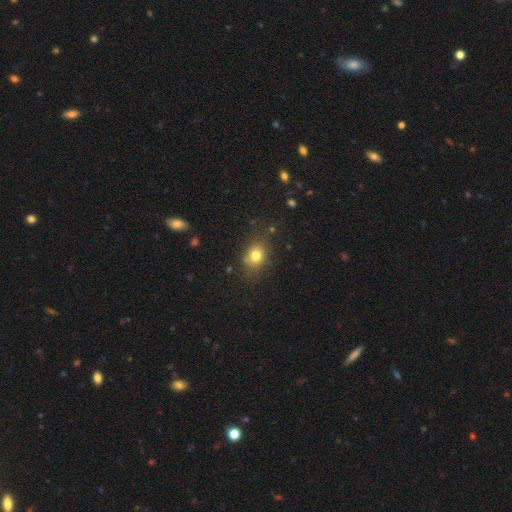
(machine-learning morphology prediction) Smooth or featured: smooth — 78% (star or artifact — 12%)
How rounded: in between — 50% (round — 49%)
Merging: none — 76% (minor disturbance — 16%)